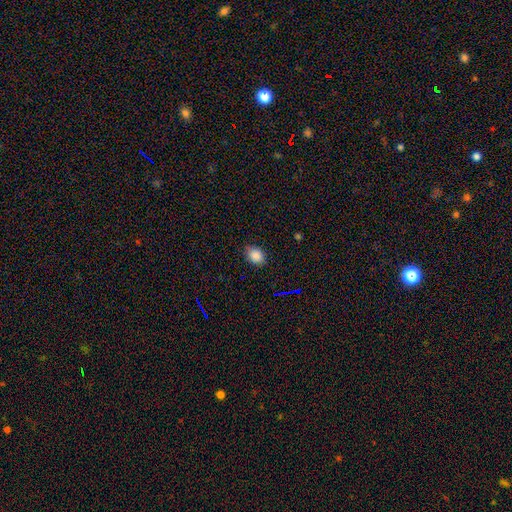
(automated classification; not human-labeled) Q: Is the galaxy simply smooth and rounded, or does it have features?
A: smooth — 85%.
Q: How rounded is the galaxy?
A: in between — 66%.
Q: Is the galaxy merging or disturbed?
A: none — 79%.